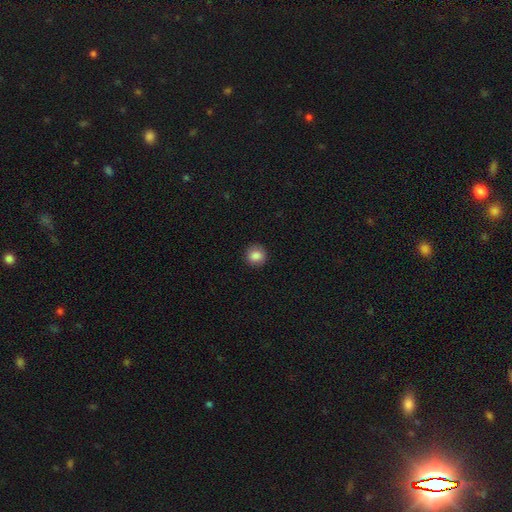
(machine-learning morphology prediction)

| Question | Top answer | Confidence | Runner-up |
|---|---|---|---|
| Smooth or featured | smooth | 86% | star or artifact (9%) |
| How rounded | round | 90% | in between (9%) |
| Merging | none | 89% | minor disturbance (8%) |